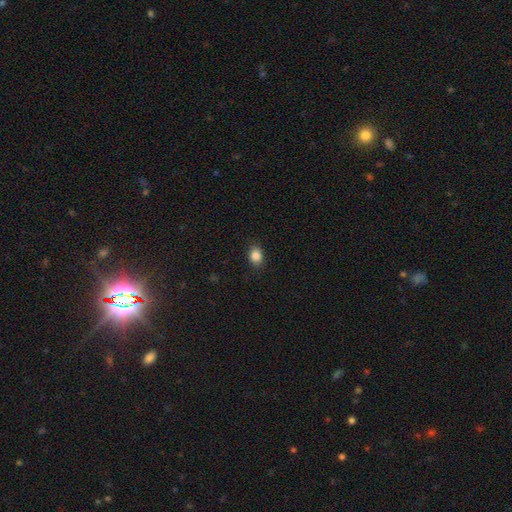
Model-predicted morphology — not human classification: This is clearly a smooth galaxy (86%). How rounded: likely in between (70%). Merging: clearly none (87%).